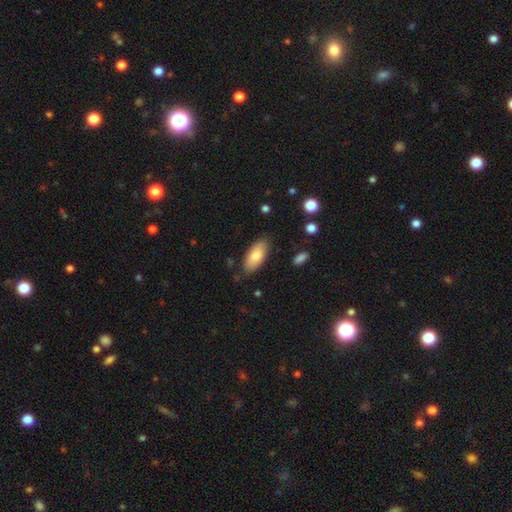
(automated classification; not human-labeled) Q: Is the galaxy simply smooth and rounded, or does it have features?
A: smooth — 80%.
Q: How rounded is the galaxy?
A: in between — 89%.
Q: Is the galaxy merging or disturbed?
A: none — 81%.